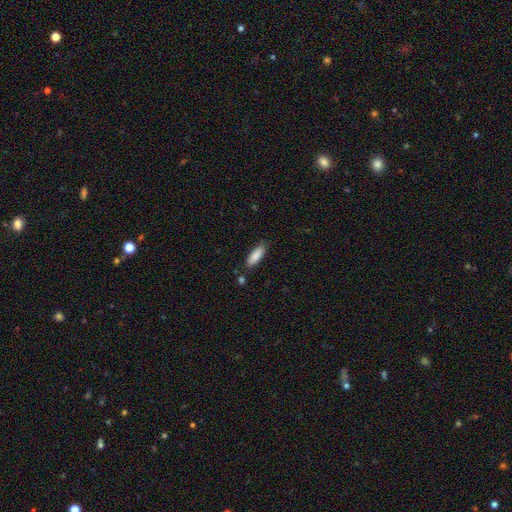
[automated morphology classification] smooth_or_featured: smooth (p=0.87) [alt: featured or disk p=0.07]
how_rounded: in between (p=0.63) [alt: cigar-shaped p=0.35]
merging: none (p=0.81) [alt: minor disturbance p=0.13]